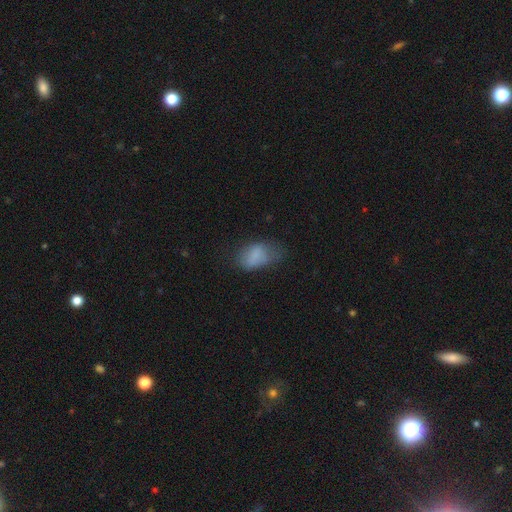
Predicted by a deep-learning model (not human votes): This appears to be a smooth galaxy with no disk features (77%) that is in between round and cigar-shaped (89%). Merging: none (39%).